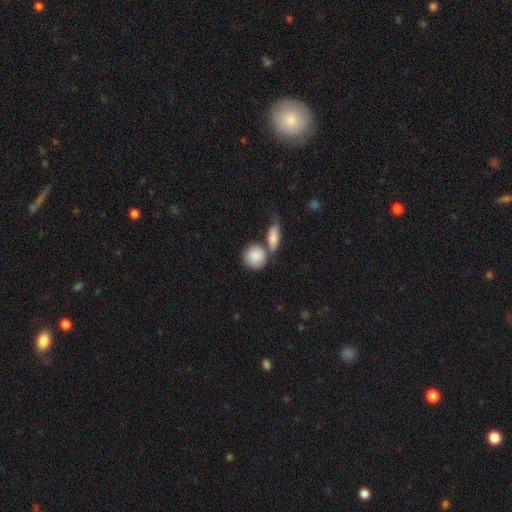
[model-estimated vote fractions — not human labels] Morphology: type=smooth (86%); roundness=round (79%); merging=none (49%).